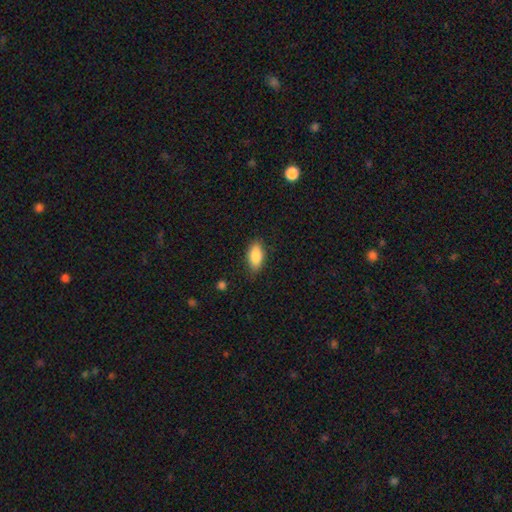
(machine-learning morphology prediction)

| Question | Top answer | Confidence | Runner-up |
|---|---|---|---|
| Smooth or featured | smooth | 86% | featured or disk (8%) |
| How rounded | in between | 89% | cigar-shaped (8%) |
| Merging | none | 83% | minor disturbance (13%) |